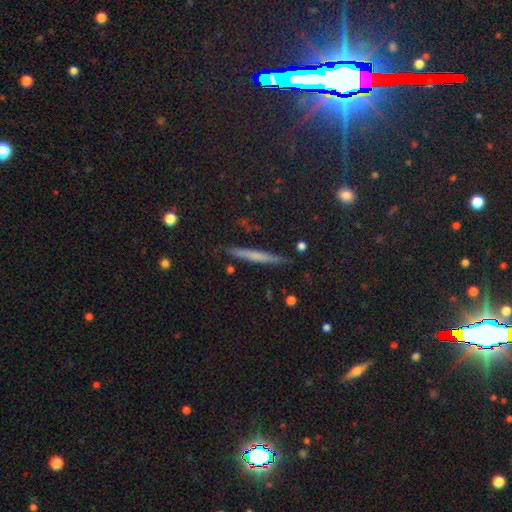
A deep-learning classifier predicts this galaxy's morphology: Q: Smooth or featured?
A: smooth (47%); runner-up: featured or disk (38%)
Q: Merging?
A: none (87%); runner-up: minor disturbance (10%)